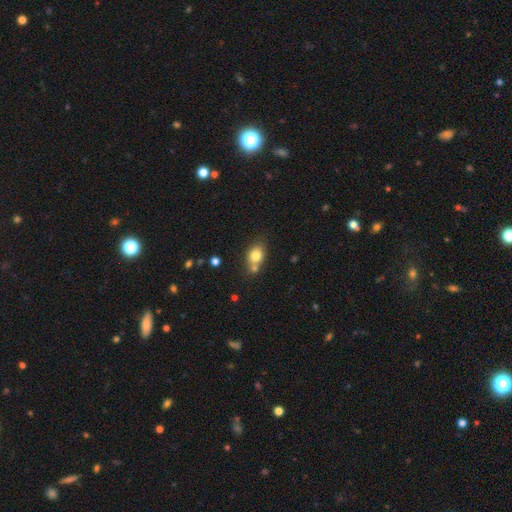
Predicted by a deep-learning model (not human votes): Overall: smooth (78%). How rounded: in between (50%; round 49%). Merging: none (50%; merger 31%).